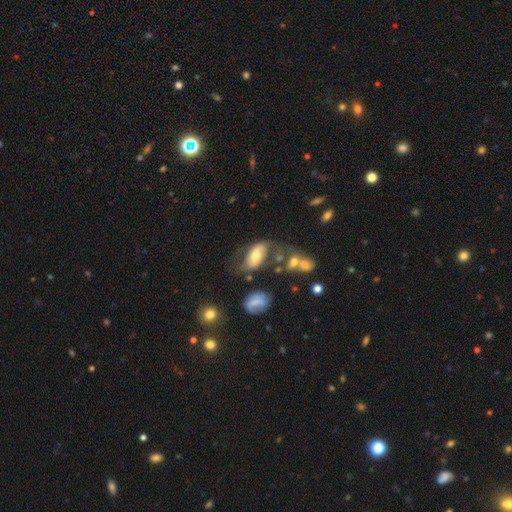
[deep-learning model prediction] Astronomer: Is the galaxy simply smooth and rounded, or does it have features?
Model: smooth — 53% (runner-up: featured or disk, 38%).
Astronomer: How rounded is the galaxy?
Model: in between — 88%.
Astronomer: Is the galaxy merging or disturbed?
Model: none — 45% (runner-up: minor disturbance, 25%).